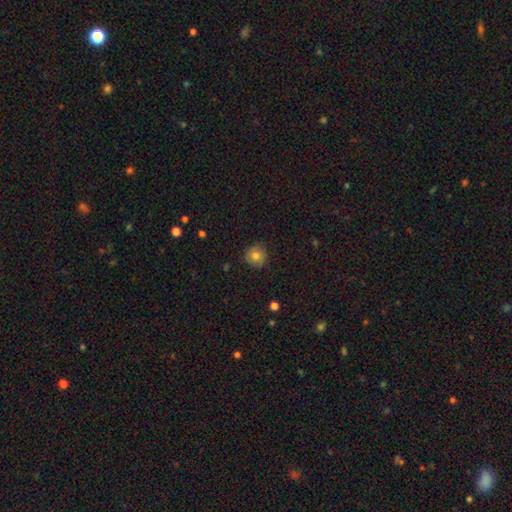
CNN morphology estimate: type=smooth (80%); roundness=round (93%); merging=none (87%).